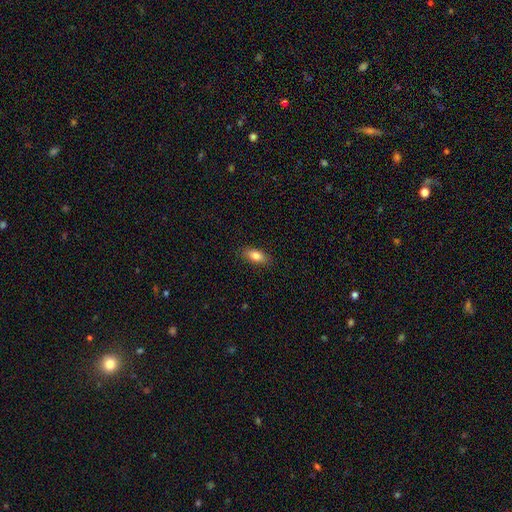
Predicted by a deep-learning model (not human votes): smooth 83%, featured or disk 10%, star or artifact 7%. Down the decision tree: how rounded — in between (85%); merging — none (87%).